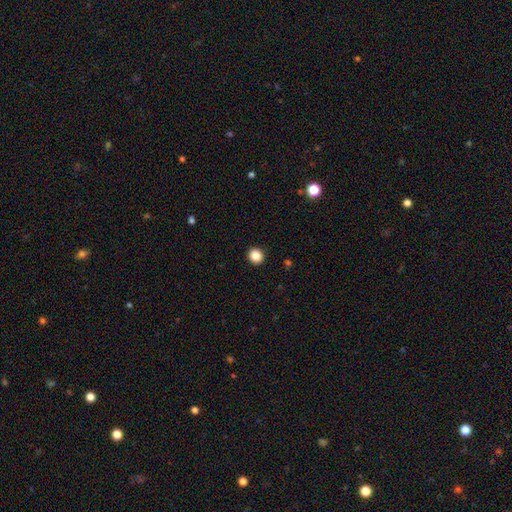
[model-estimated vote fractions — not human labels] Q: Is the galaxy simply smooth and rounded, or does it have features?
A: smooth — 87%.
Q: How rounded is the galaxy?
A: round — 90%.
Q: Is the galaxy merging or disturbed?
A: none — 93%.